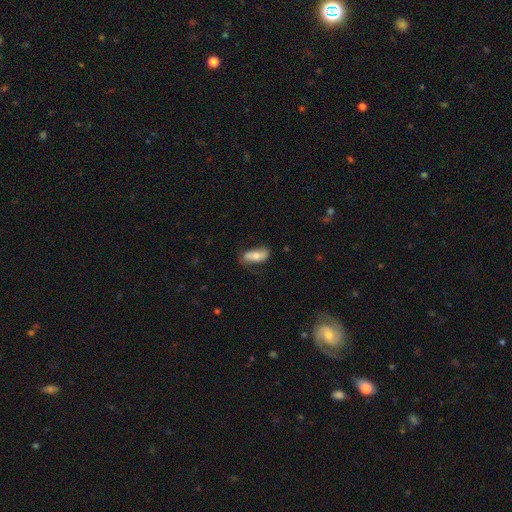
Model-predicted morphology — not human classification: smooth-or-featured: smooth: 61% | featured or disk: 32% | star or artifact: 6%
  how-rounded: in between: 73% | cigar-shaped: 25% | round: 3%
  merging: none: 71% | minor disturbance: 22% | major disturbance: 5% | merger: 2%